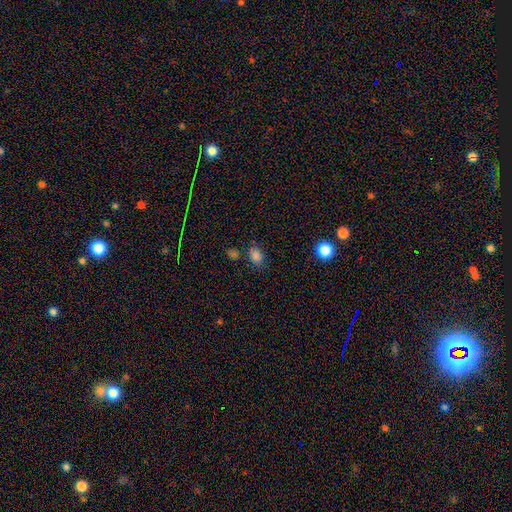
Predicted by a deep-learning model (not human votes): This is likely a smooth galaxy (78%). How rounded: likely in between (63%). Merging: likely none (74%).